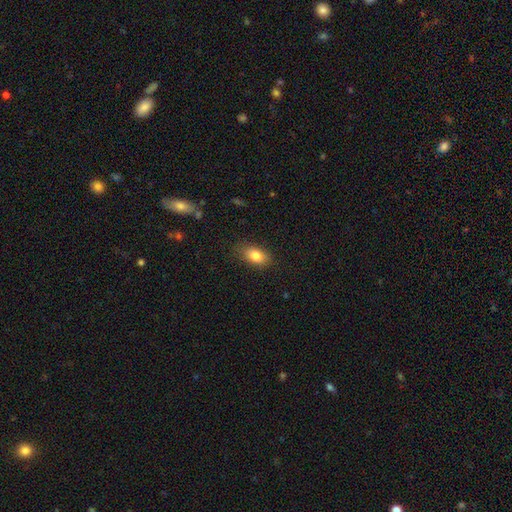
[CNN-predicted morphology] smooth 83%, featured or disk 9%, star or artifact 8%. Down the decision tree: how rounded — in between (87%); merging — none (83%).